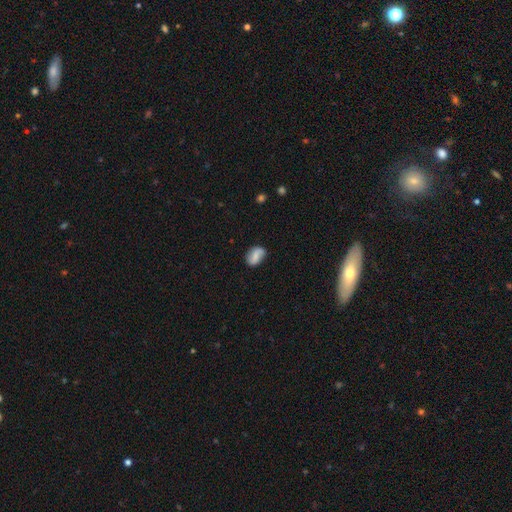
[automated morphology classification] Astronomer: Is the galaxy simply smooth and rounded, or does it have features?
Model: smooth — 50% (runner-up: featured or disk, 42%).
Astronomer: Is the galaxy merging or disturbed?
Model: none — 72%.